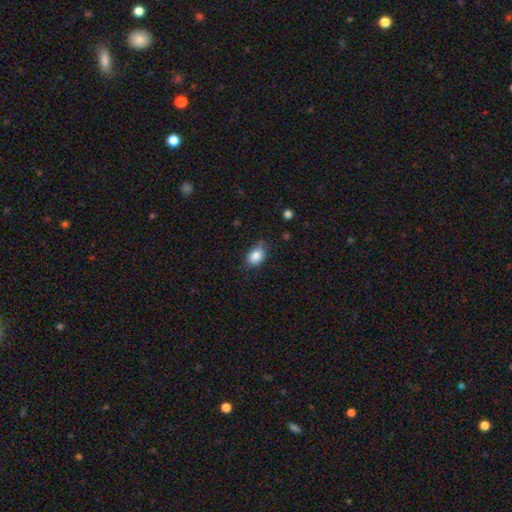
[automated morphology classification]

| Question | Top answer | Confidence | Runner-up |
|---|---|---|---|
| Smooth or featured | smooth | 85% | star or artifact (8%) |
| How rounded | in between | 76% | round (22%) |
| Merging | none | 69% | minor disturbance (25%) |